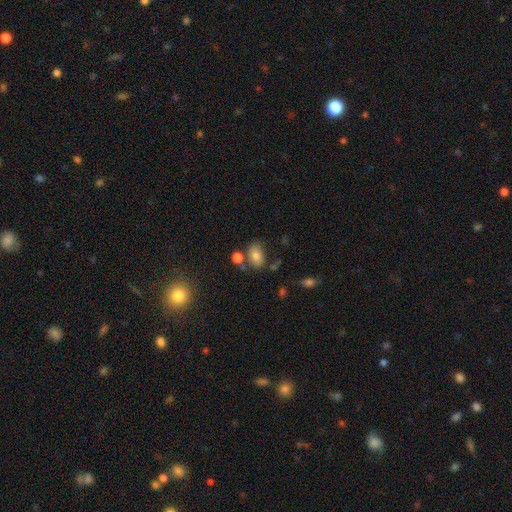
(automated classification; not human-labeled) smooth-or-featured: smooth: 78% | featured or disk: 12% | star or artifact: 11%
  how-rounded: in between: 80% | round: 18% | cigar-shaped: 1%
  merging: none: 65% | minor disturbance: 15% | merger: 15% | major disturbance: 5%